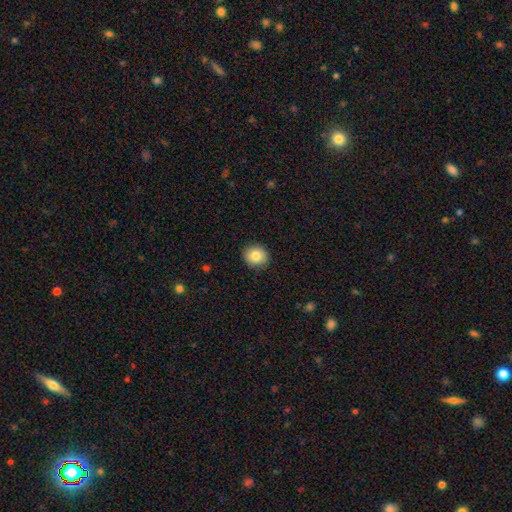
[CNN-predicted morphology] smooth_or_featured: smooth (p=0.82) [alt: star or artifact p=0.09]
how_rounded: round (p=0.87) [alt: in between p=0.12]
merging: none (p=0.90) [alt: minor disturbance p=0.07]